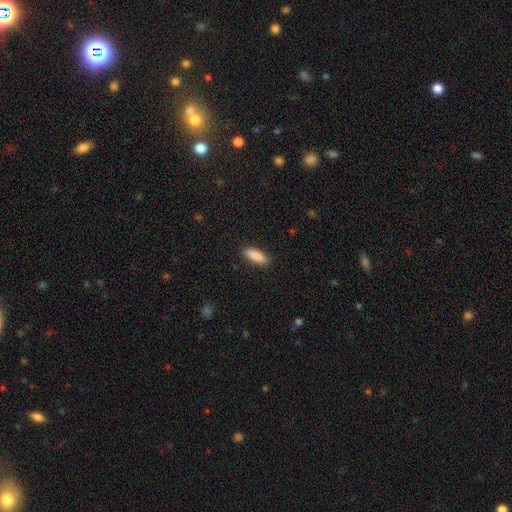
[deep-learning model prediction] Smooth or featured? Predicted: smooth (p=0.88). How rounded? Predicted: in between (p=0.52). Merging? Predicted: none (p=0.89).